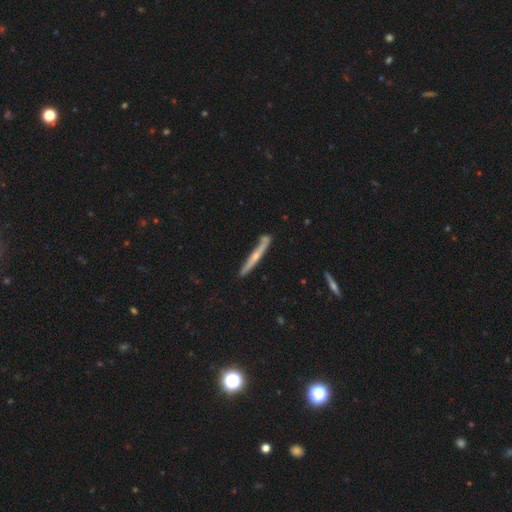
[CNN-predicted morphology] Overall: featured or disk (61%; smooth 33%). Edge-on disk: yes (95%). Edge-on bulge: rounded (70%). Merging: none (80%).